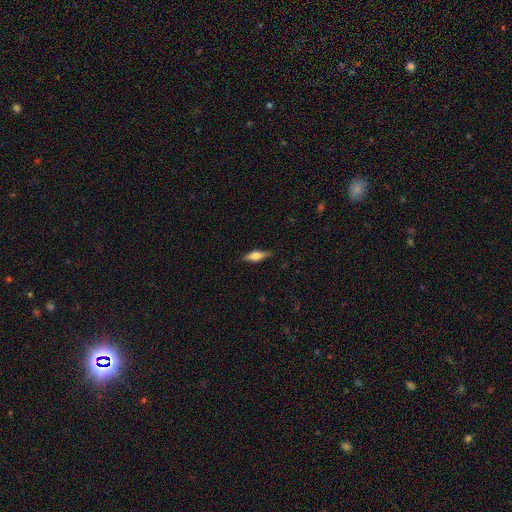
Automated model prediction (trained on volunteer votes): Smooth or featured?
  - featured or disk: 51% *
  - smooth: 42%
  - star or artifact: 7%
Edge-on disk?
  - yes: 94% *
  - no: 6%
Merging?
  - none: 85% *
  - minor disturbance: 11%
  - major disturbance: 2%
  - merger: 1%